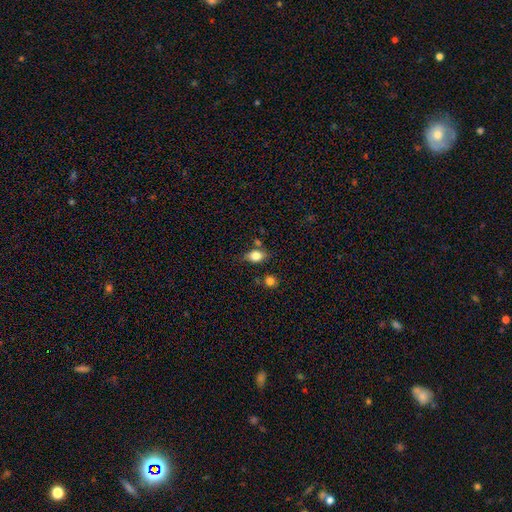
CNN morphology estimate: Q: Smooth or featured?
A: smooth (81%); runner-up: featured or disk (10%)
Q: How rounded?
A: in between (70%); runner-up: round (27%)
Q: Merging?
A: none (69%); runner-up: minor disturbance (18%)